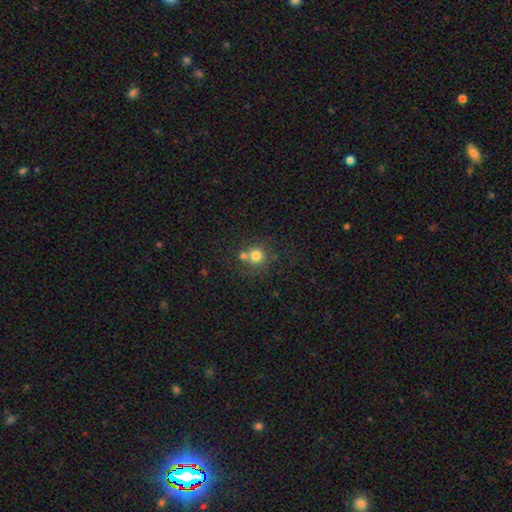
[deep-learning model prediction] The model was most divided on "merging": none: 51%, merger: 35%, minor disturbance: 9%, major disturbance: 5%. More confident: how rounded — round (90%); smooth or featured — smooth (76%).